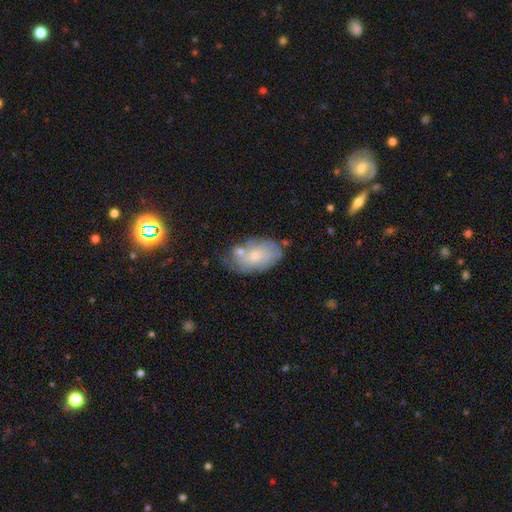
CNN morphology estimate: This is possibly a smooth galaxy (54%). How rounded: clearly in between (92%). Merging: possibly none (57%).